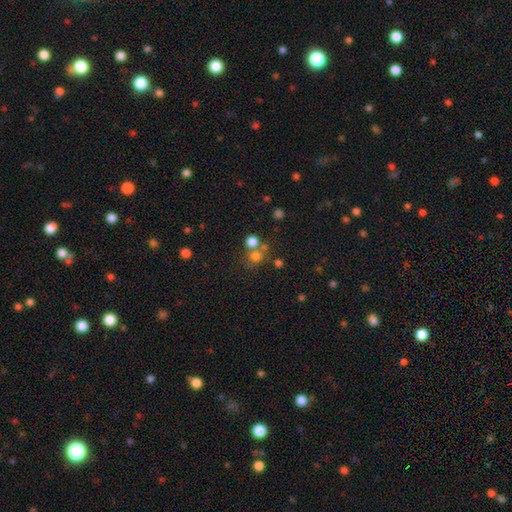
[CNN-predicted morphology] Smooth or featured?
  - smooth: 64% *
  - star or artifact: 25%
  - featured or disk: 11%
How rounded?
  - round: 86% *
  - in between: 13%
  - cigar-shaped: 1%
Merging?
  - none: 59% *
  - merger: 28%
  - minor disturbance: 8%
  - major disturbance: 5%